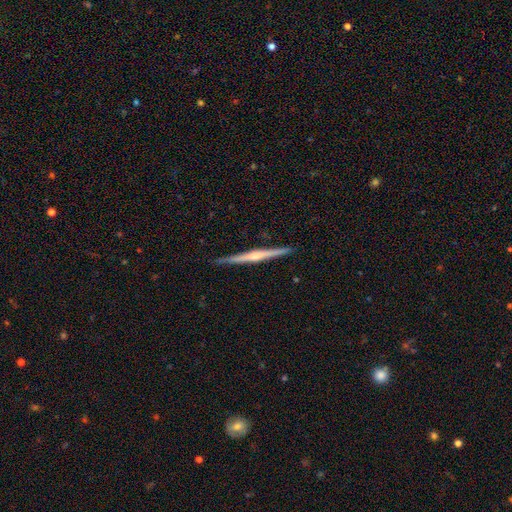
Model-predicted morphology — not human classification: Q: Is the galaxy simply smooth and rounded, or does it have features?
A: featured or disk — 75%.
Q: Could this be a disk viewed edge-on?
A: yes — 99%.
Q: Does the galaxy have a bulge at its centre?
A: rounded — 70%.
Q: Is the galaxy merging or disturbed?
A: none — 91%.